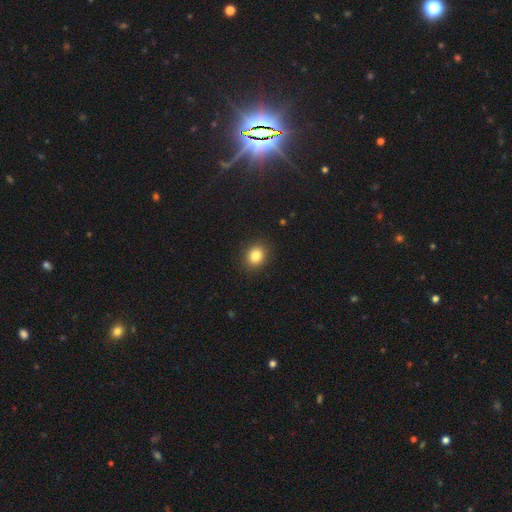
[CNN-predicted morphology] A smooth galaxy with no disk features (83%) that is round (65%). Merging: none (90%).